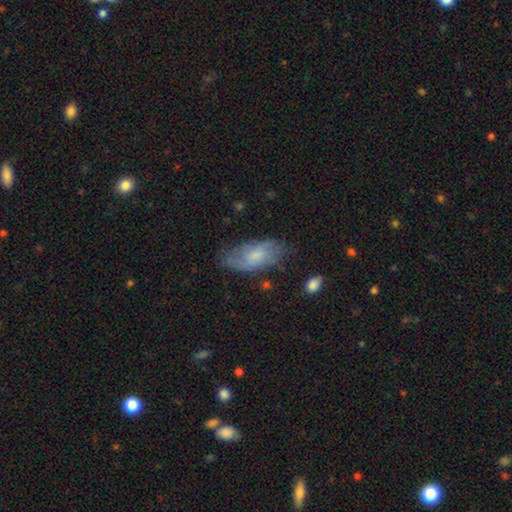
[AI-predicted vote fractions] A smooth galaxy with no disk features (60%) that is in between round and cigar-shaped (90%). Merging: none (60%).